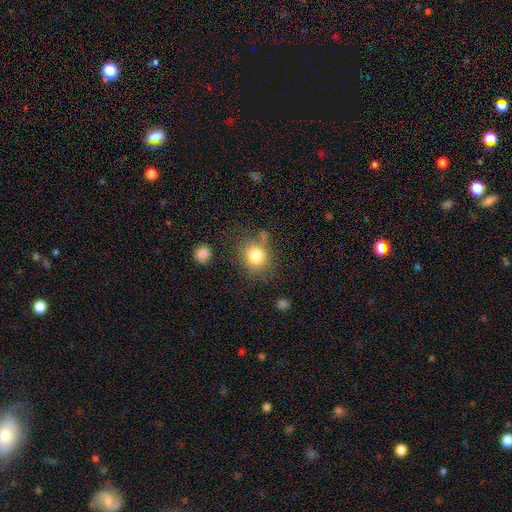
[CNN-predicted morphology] This appears to be a smooth galaxy with no disk features (82%) that is round (79%). Merging: none (68%).